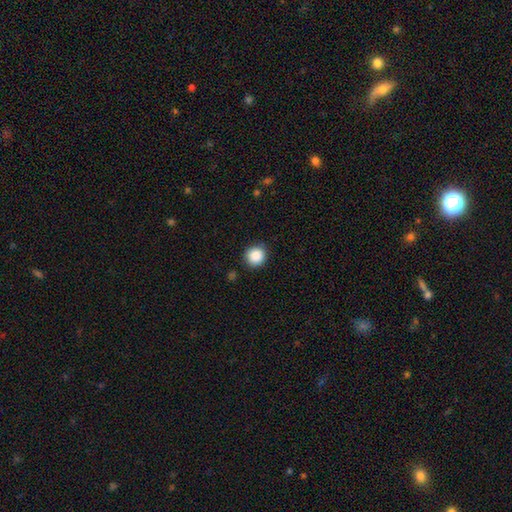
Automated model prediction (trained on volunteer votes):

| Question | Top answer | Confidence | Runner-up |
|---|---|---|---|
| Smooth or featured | smooth | 88% | star or artifact (9%) |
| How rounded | round | 91% | in between (8%) |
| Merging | none | 88% | minor disturbance (8%) |